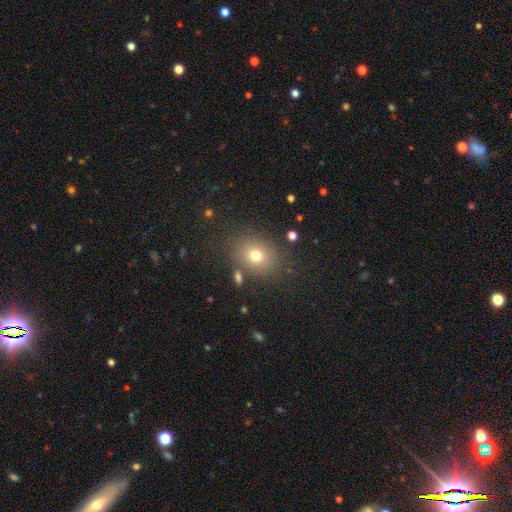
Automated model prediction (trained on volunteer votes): A smooth galaxy with no disk features (74%) that is round (51%). Merging: none (81%).